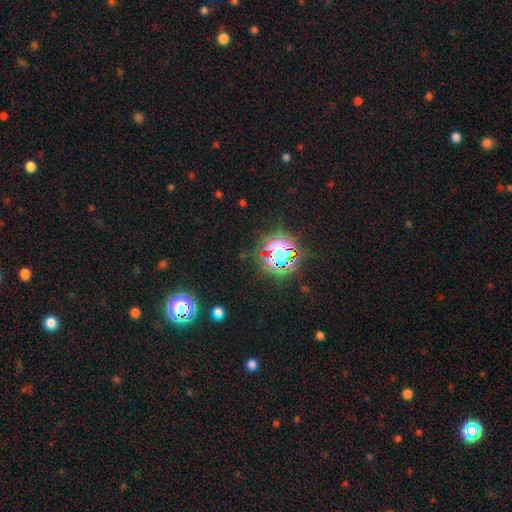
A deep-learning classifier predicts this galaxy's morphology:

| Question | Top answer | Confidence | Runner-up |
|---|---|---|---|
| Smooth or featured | star or artifact | 80% | smooth (13%) |